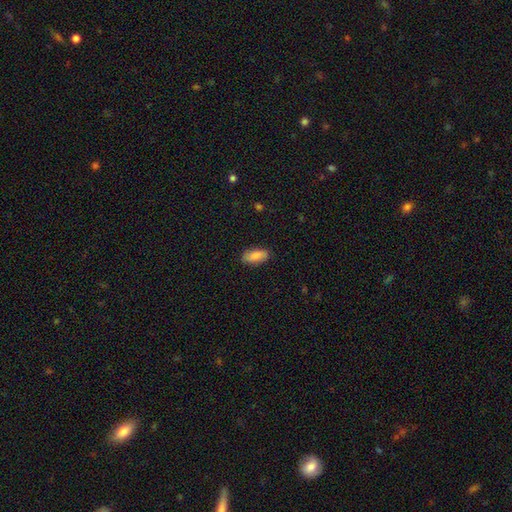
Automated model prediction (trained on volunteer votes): Smooth or featured? Predicted: smooth (p=0.87). How rounded? Predicted: in between (p=0.85). Merging? Predicted: none (p=0.85).